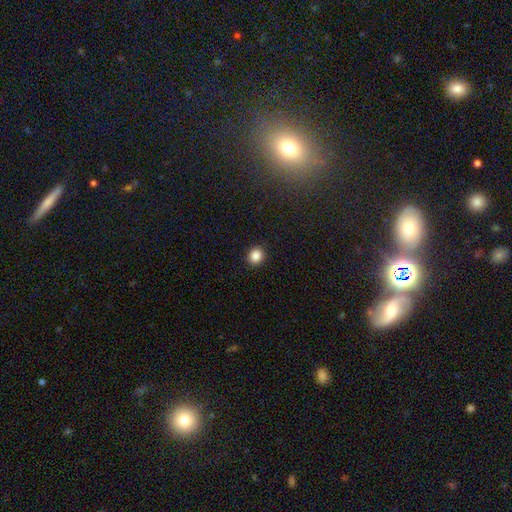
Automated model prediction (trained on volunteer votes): Smooth or featured? smooth (87%)
How rounded? round (79%)
Merging? none (91%)